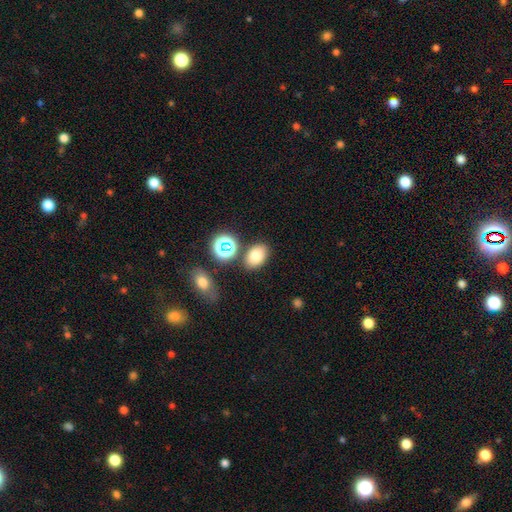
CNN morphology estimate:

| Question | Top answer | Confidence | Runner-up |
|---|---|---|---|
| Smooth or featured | smooth | 78% | star or artifact (13%) |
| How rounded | in between | 81% | round (18%) |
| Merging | none | 78% | minor disturbance (11%) |